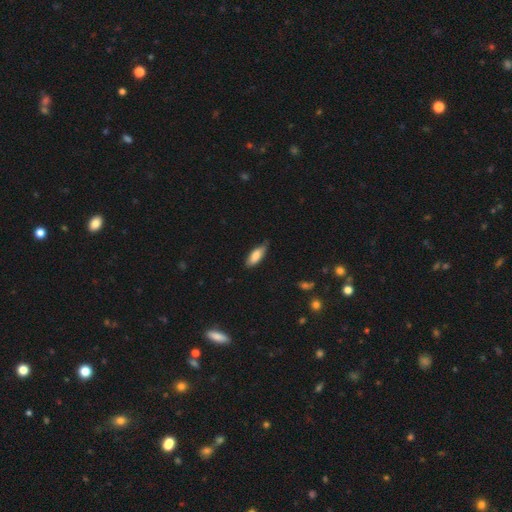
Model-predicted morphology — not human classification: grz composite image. It shows a smooth galaxy with no disk features (82%) that is in between round and cigar-shaped (71%). Merging: none (67%).